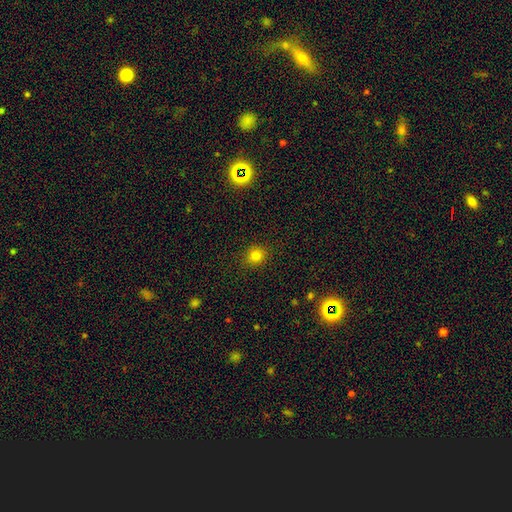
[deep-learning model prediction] A smooth galaxy with no disk features (80%) that is round (85%). Merging: none (89%).